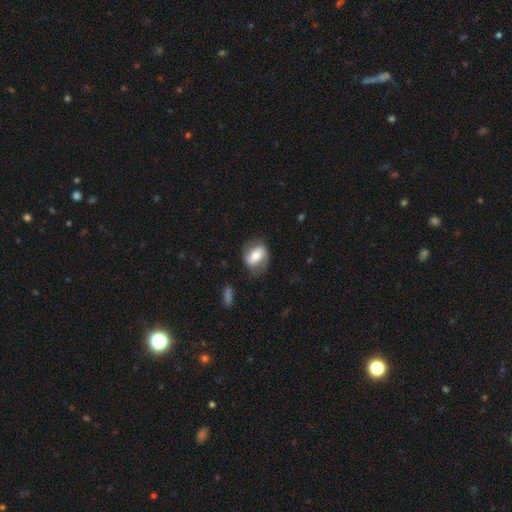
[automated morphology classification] A featured or disk galaxy (52%). Merging: none (70%).